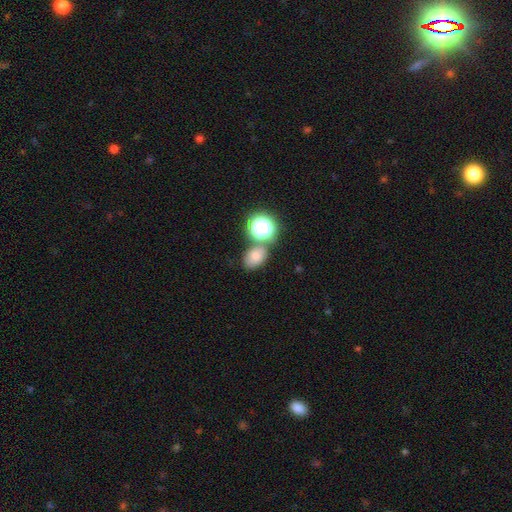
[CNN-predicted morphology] smooth-or-featured: smooth: 72% | star or artifact: 18% | featured or disk: 10%
  how-rounded: in between: 66% | round: 33% | cigar-shaped: 1%
  merging: none: 61% | merger: 20% | minor disturbance: 13% | major disturbance: 5%